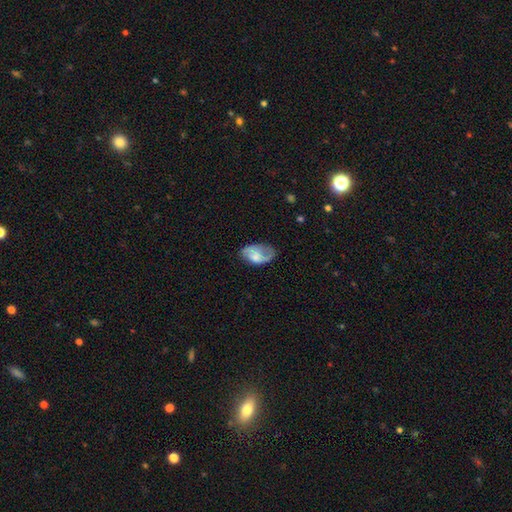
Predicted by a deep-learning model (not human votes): The model was most divided on "smooth or featured": smooth: 50%, featured or disk: 42%, star or artifact: 7%. Remaining: how rounded — in between (91%); merging — none (47%).